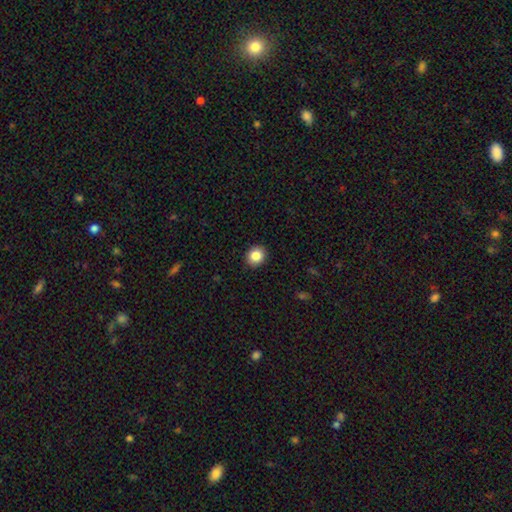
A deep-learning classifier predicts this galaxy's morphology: A smooth galaxy with no disk features (85%) that is round (74%). Merging: none (91%).